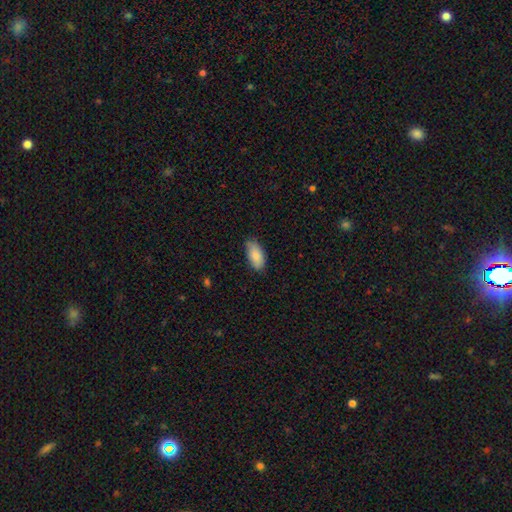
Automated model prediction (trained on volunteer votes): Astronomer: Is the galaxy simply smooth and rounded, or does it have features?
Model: smooth — 87%.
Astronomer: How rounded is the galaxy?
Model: in between — 91%.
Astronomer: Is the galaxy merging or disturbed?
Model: none — 76%.